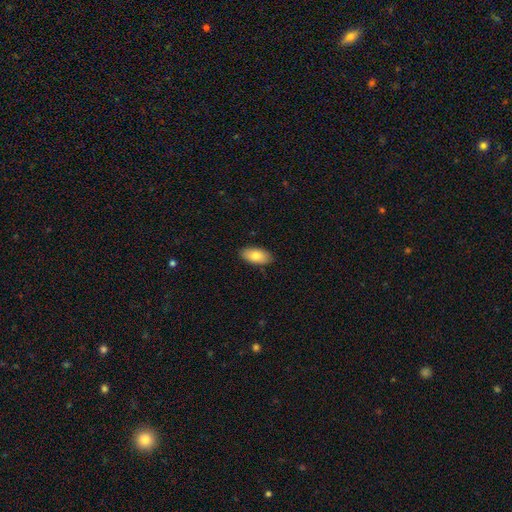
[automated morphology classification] This is likely a smooth galaxy (79%). How rounded: clearly in between (93%). Merging: clearly none (88%).